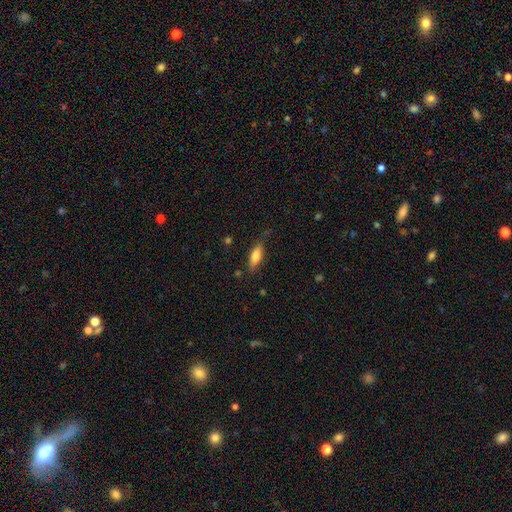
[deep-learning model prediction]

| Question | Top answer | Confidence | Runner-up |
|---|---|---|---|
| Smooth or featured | smooth | 75% | featured or disk (19%) |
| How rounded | in between | 54% | cigar-shaped (44%) |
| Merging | none | 76% | minor disturbance (18%) |